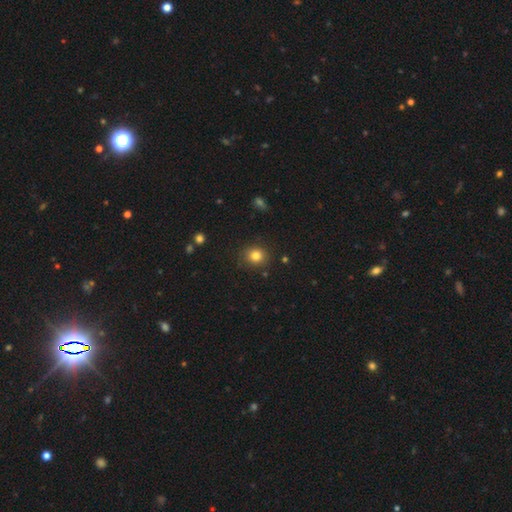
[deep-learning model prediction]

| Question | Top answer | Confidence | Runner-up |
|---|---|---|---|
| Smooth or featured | smooth | 81% | star or artifact (12%) |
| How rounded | round | 83% | in between (16%) |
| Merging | none | 88% | minor disturbance (8%) |